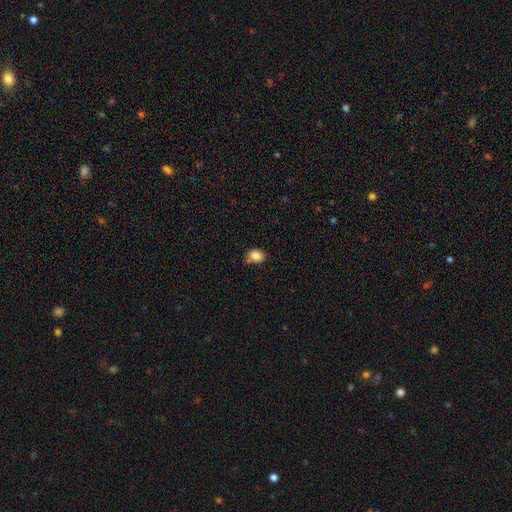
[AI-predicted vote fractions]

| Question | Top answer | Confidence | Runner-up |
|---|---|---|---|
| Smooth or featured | smooth | 85% | star or artifact (10%) |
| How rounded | in between | 54% | round (45%) |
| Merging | none | 68% | minor disturbance (21%) |